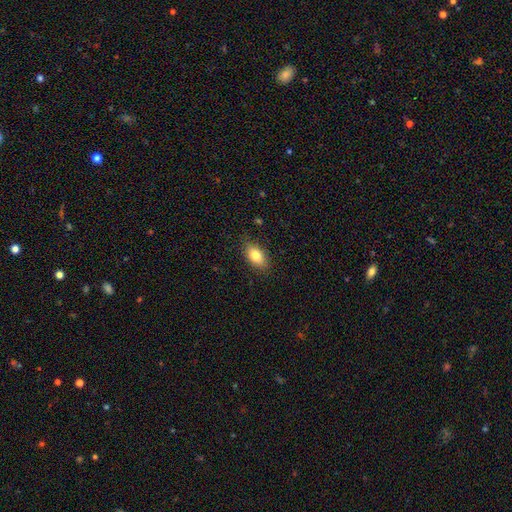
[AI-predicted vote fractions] Smooth or featured?
  - smooth: 82% *
  - featured or disk: 11%
  - star or artifact: 7%
How rounded?
  - in between: 90% *
  - round: 6%
  - cigar-shaped: 5%
Merging?
  - none: 83% *
  - minor disturbance: 13%
  - major disturbance: 3%
  - merger: 1%